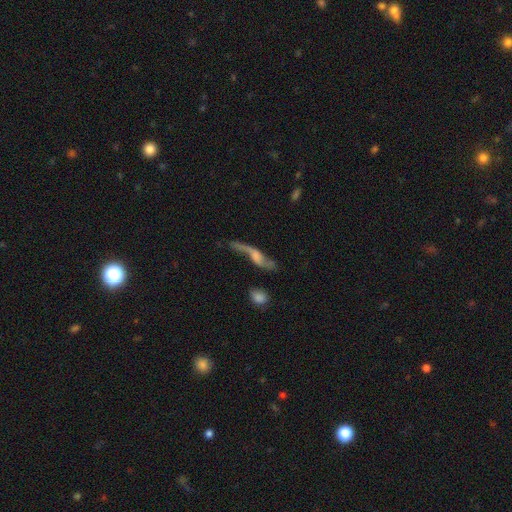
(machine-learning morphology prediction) smooth-or-featured: featured or disk: 73% | smooth: 18% | star or artifact: 9%
  disk-edge-on: no: 66% | yes: 34%
  merging: none: 51% | minor disturbance: 22% | major disturbance: 20% | merger: 7%